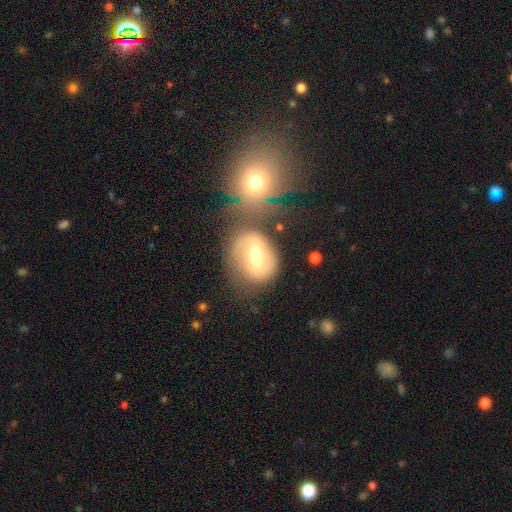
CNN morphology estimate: This appears to be a featured or disk galaxy (47%). Merging: none (51%).